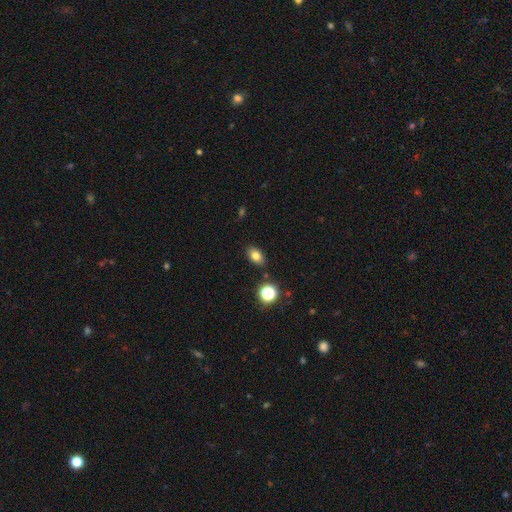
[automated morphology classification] A smooth galaxy with no disk features (78%) that is in between round and cigar-shaped (84%).

Vote fractions:
- Smooth or featured? smooth: 78% / star or artifact: 12% / featured or disk: 9%
- How rounded? in between: 84% / round: 14% / cigar-shaped: 2%
- Merging? none: 86% / minor disturbance: 9% / merger: 2% / major disturbance: 2%